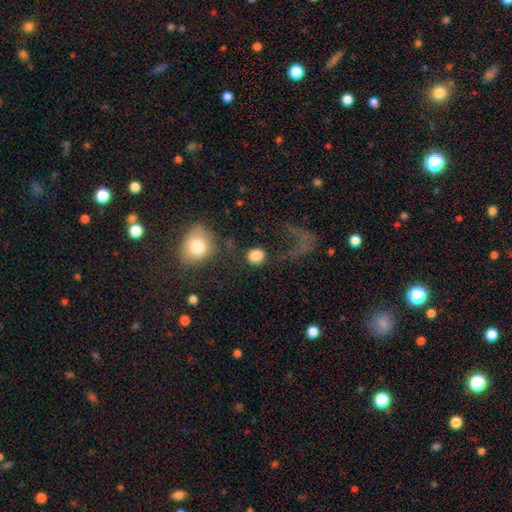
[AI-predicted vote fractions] smooth 81%, featured or disk 11%, star or artifact 8%. Down the decision tree: how rounded — round (87%); merging — none (56%).